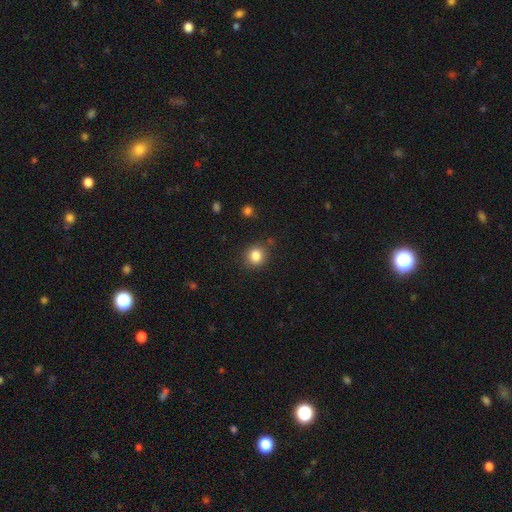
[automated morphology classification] smooth_or_featured: smooth (p=0.84) [alt: star or artifact p=0.11]
how_rounded: round (p=0.86) [alt: in between p=0.14]
merging: none (p=0.86) [alt: minor disturbance p=0.09]